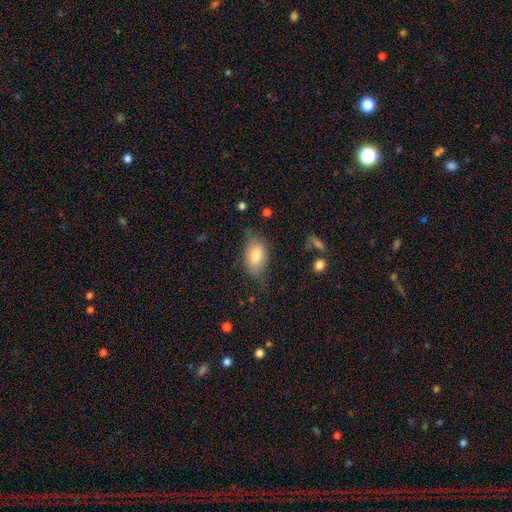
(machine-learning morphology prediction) Smooth or featured? Predicted: smooth (p=0.78). How rounded? Predicted: in between (p=0.90). Merging? Predicted: none (p=0.61).